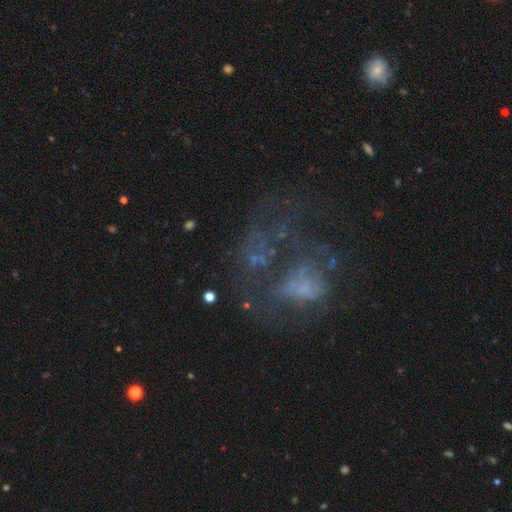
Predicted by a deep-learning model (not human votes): Smooth or featured? featured or disk (47%)
Merging? major disturbance (44%)